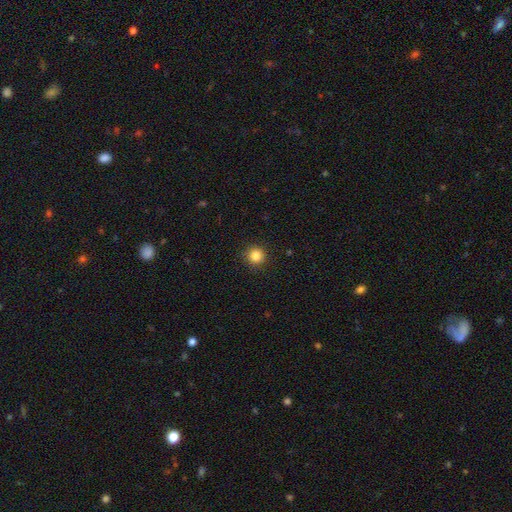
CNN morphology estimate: Smooth or featured: smooth — 85% (star or artifact — 11%)
How rounded: round — 94% (in between — 5%)
Merging: none — 91% (minor disturbance — 6%)